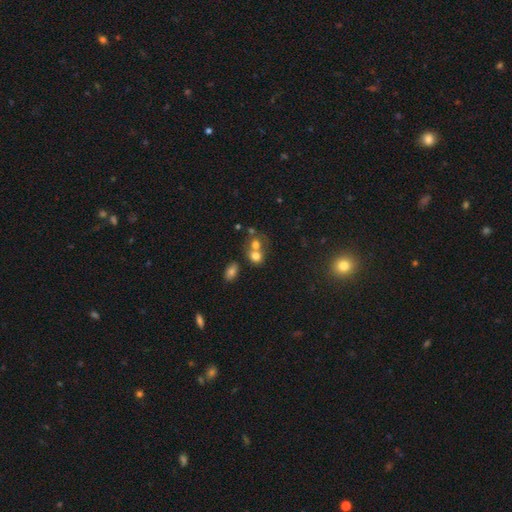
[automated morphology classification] smooth_or_featured: smooth (p=0.70) [alt: featured or disk p=0.16]
how_rounded: round (p=0.65) [alt: in between p=0.34]
merging: merger (p=0.56) [alt: none p=0.32]